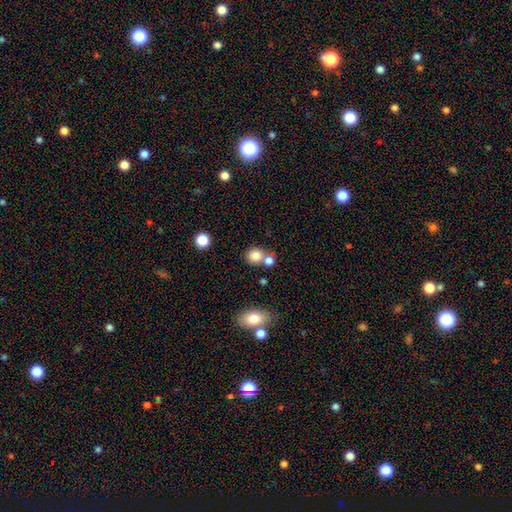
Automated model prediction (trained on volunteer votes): Morphology: type=smooth (82%); roundness=round (78%); merging=none (58%).